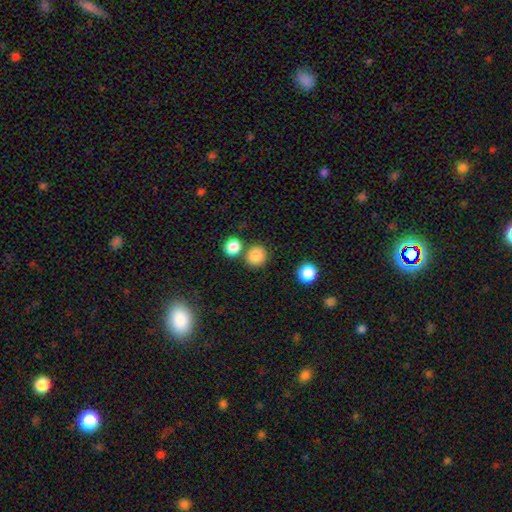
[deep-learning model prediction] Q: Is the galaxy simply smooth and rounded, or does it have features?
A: smooth — 85%.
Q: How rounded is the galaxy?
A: round — 88%.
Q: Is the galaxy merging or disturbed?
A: none — 73%.